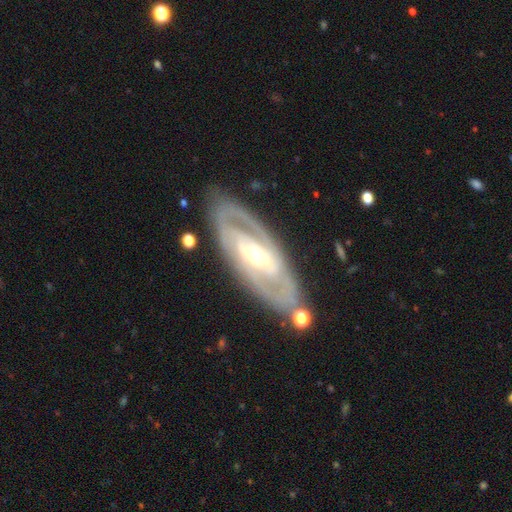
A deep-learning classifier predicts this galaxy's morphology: Smooth or featured? Predicted: featured or disk (p=0.86). Edge-on disk? Predicted: no (p=0.91). Bar? Predicted: weak (p=0.35). Spiral arms? Predicted: yes (p=0.82). Spiral winding? Predicted: tight (p=0.58). Spiral arm count? Predicted: 2 (p=0.70). Bulge size? Predicted: moderate (p=0.53). Merging? Predicted: none (p=0.82).